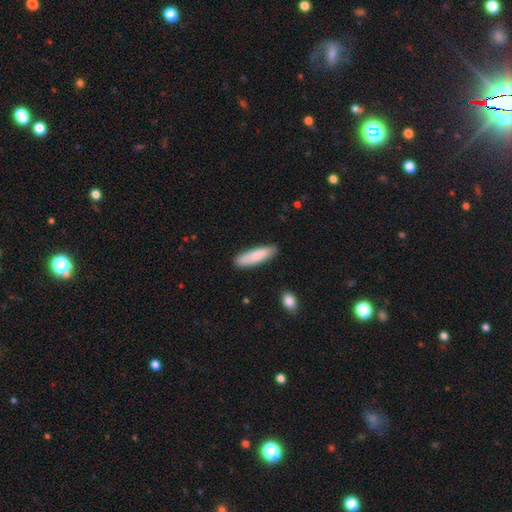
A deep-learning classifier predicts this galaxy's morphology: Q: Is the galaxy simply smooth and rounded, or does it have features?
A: smooth — 86%.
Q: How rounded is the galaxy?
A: cigar-shaped — 64%.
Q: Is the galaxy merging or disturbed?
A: none — 85%.